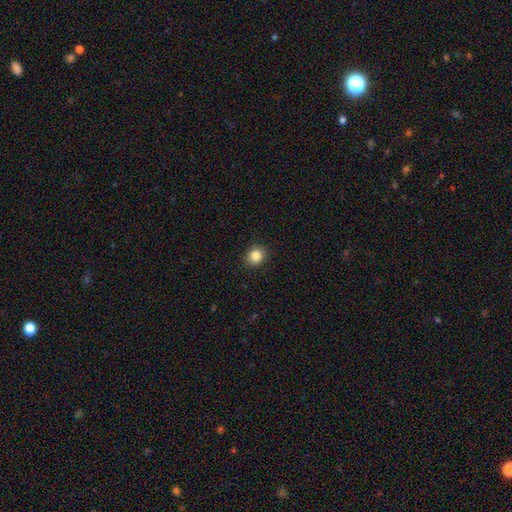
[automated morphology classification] Smooth or featured: smooth — 85% (star or artifact — 10%)
How rounded: round — 78% (in between — 21%)
Merging: none — 91% (minor disturbance — 6%)